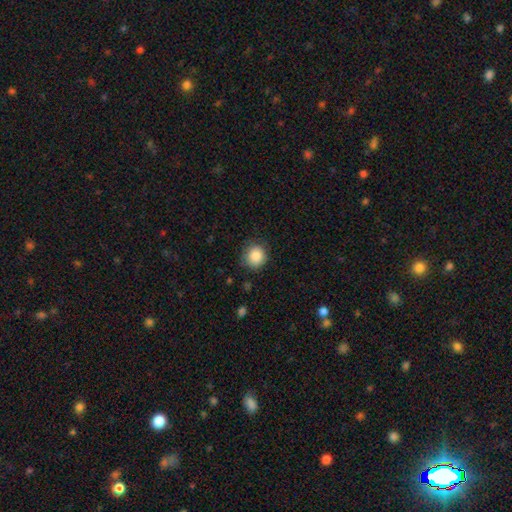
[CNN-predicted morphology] This is clearly a smooth galaxy (85%). How rounded: clearly round (89%). Merging: clearly none (81%).